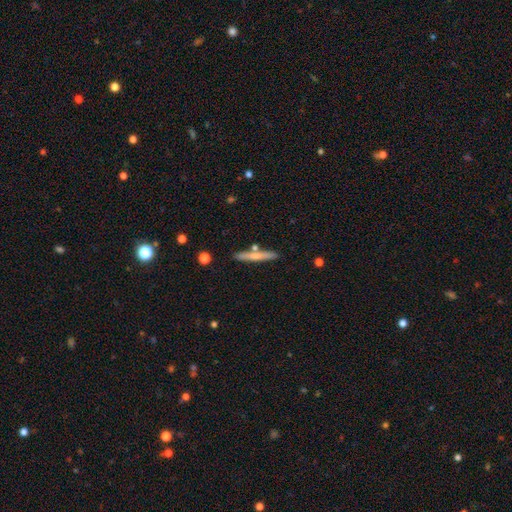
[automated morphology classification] Smooth or featured: smooth — 62% (featured or disk — 32%)
How rounded: cigar-shaped — 95% (in between — 4%)
Merging: none — 82% (minor disturbance — 9%)